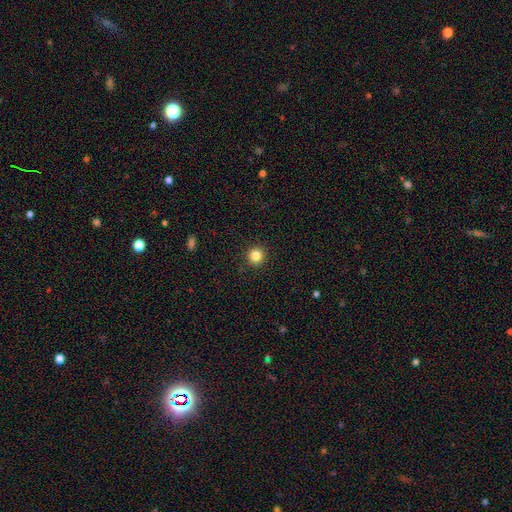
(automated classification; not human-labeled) Smooth or featured?
  - smooth: 84% *
  - star or artifact: 12%
  - featured or disk: 5%
How rounded?
  - round: 95% *
  - in between: 4%
  - cigar-shaped: 1%
Merging?
  - none: 93% *
  - minor disturbance: 5%
  - major disturbance: 2%
  - merger: 1%